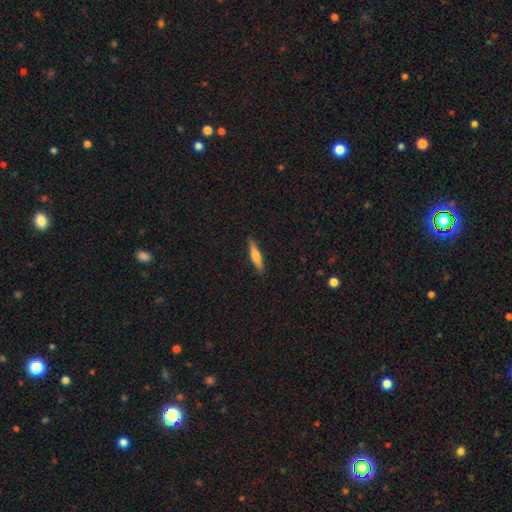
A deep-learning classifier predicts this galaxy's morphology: A smooth galaxy with no disk features (59%) that is cigar-shaped (83%). Merging: none (90%).